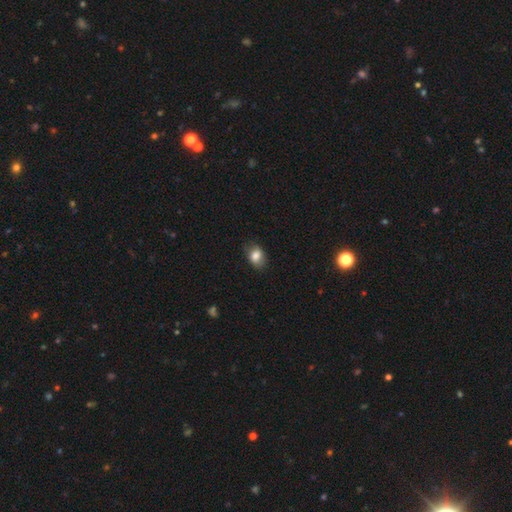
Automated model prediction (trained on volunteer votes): smooth_or_featured: smooth (p=0.81) [alt: featured or disk p=0.11]
how_rounded: in between (p=0.75) [alt: round p=0.24]
merging: none (p=0.77) [alt: minor disturbance p=0.18]